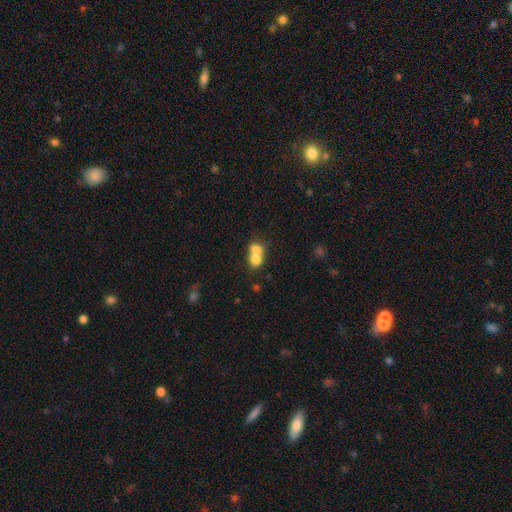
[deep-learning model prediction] smooth-or-featured: smooth: 73% | featured or disk: 18% | star or artifact: 9%
  how-rounded: round: 60% | in between: 39% | cigar-shaped: 1%
  merging: merger: 72% | none: 20% | minor disturbance: 5% | major disturbance: 3%